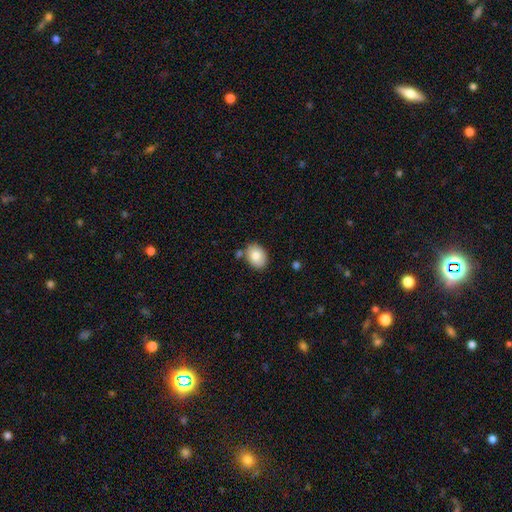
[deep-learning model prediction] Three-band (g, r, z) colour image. It shows a smooth galaxy with no disk features (81%) that is in between round and cigar-shaped (71%). Merging: none (76%).